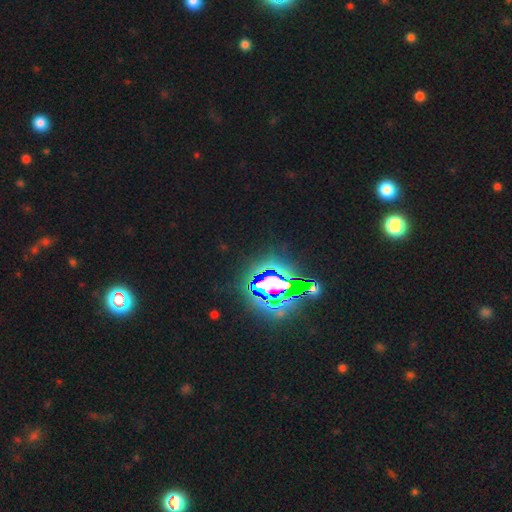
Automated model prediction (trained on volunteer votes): smooth_or_featured: star or artifact (p=0.84) [alt: smooth p=0.10]